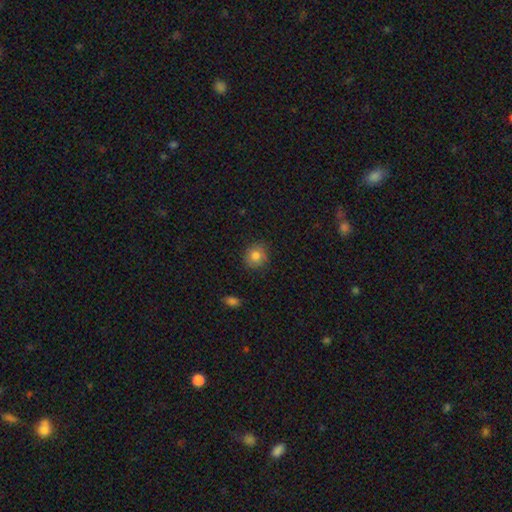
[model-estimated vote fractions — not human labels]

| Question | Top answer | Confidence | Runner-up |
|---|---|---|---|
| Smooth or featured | smooth | 83% | star or artifact (10%) |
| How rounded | round | 84% | in between (15%) |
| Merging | none | 84% | minor disturbance (12%) |